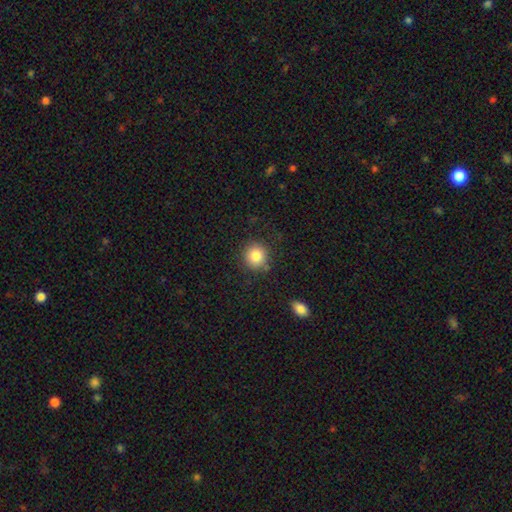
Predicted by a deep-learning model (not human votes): The model was most divided on "smooth or featured": smooth: 83%, star or artifact: 10%, featured or disk: 7%. More confident: how rounded — round (91%); merging — none (85%).